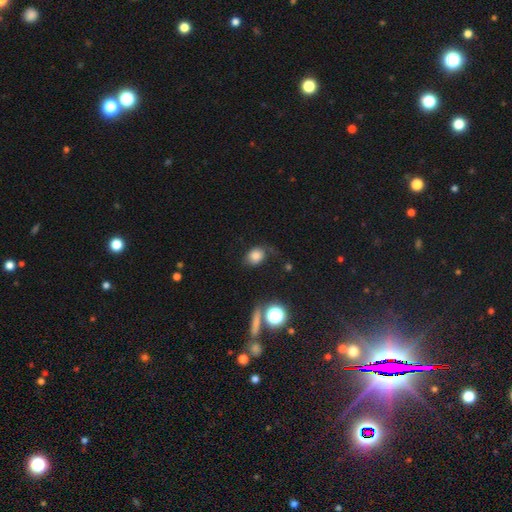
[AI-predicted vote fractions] Smooth or featured? Predicted: smooth (p=0.78). How rounded? Predicted: in between (p=0.50). Merging? Predicted: none (p=0.58).